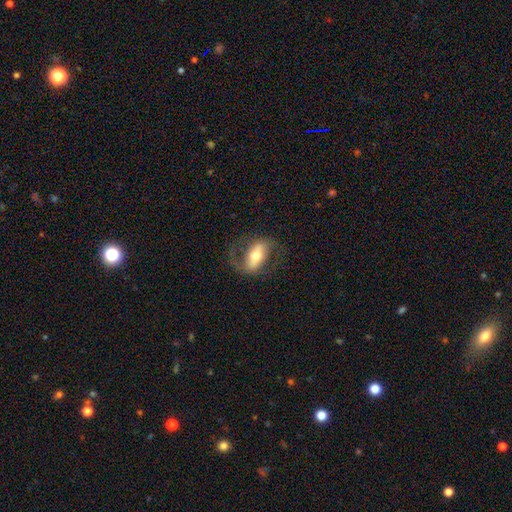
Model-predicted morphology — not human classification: The model was most divided on "smooth or featured": featured or disk: 61%, smooth: 32%, star or artifact: 6%. More confident: edge-on disk — no (85%); spiral arms — yes (69%); merging — none (68%); bulge size — moderate (65%); bar — strong (57%).